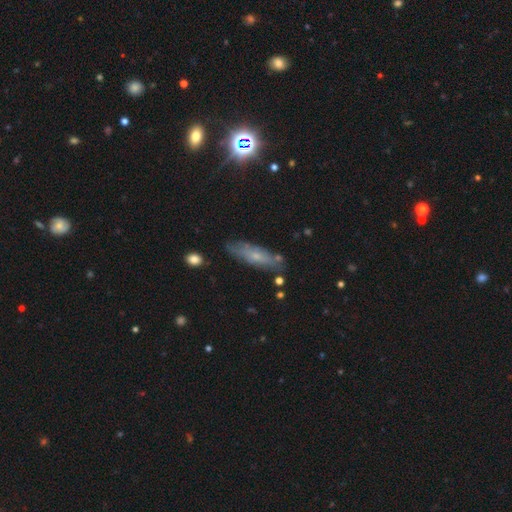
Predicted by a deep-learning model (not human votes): Smooth or featured: smooth — 47% (featured or disk — 44%)
Merging: none — 73% (minor disturbance — 19%)